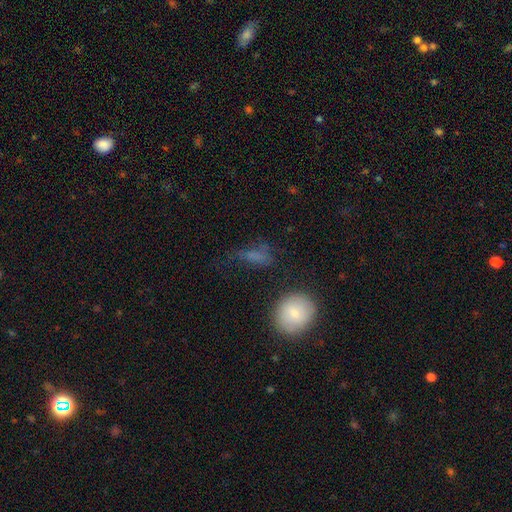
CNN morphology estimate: A smooth galaxy with no disk features (63%) that is in between round and cigar-shaped (61%).

Vote fractions:
- Smooth or featured? smooth: 63% / star or artifact: 19% / featured or disk: 18%
- How rounded? in between: 61% / round: 24% / cigar-shaped: 16%
- Merging? none: 51% / major disturbance: 22% / minor disturbance: 21% / merger: 7%